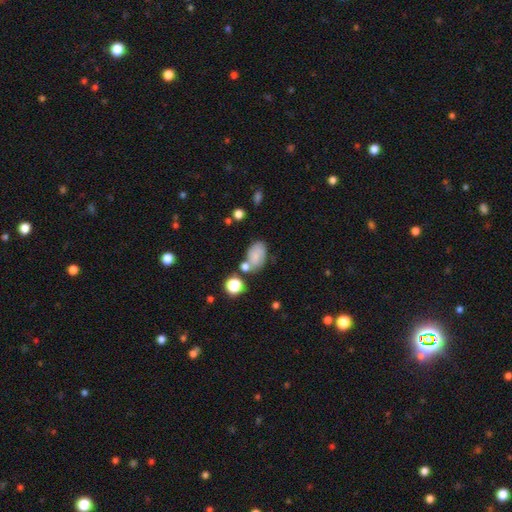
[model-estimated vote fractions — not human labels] A smooth galaxy with no disk features (66%) that is in between round and cigar-shaped (85%). Merging: none (53%).